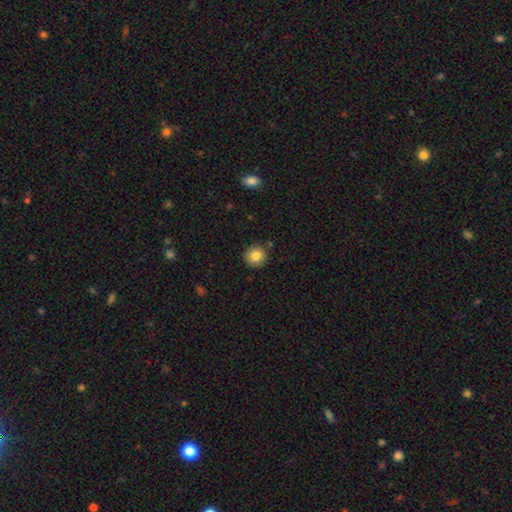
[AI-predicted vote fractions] The model was most divided on "smooth or featured": smooth: 84%, star or artifact: 9%, featured or disk: 7%. More confident: how rounded — round (93%); merging — none (90%).